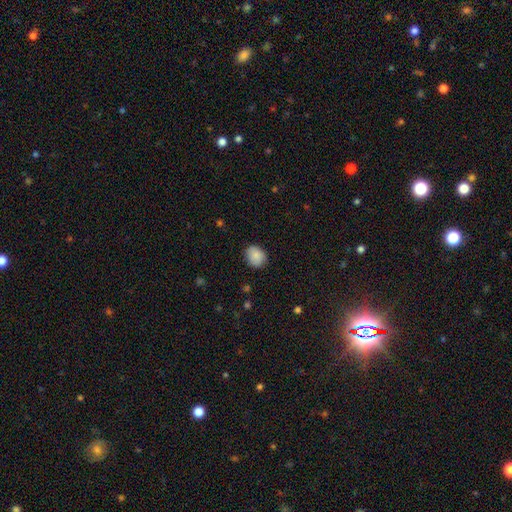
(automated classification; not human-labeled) Q: Smooth or featured?
A: smooth (86%); runner-up: star or artifact (8%)
Q: How rounded?
A: round (60%); runner-up: in between (39%)
Q: Merging?
A: none (81%); runner-up: minor disturbance (15%)